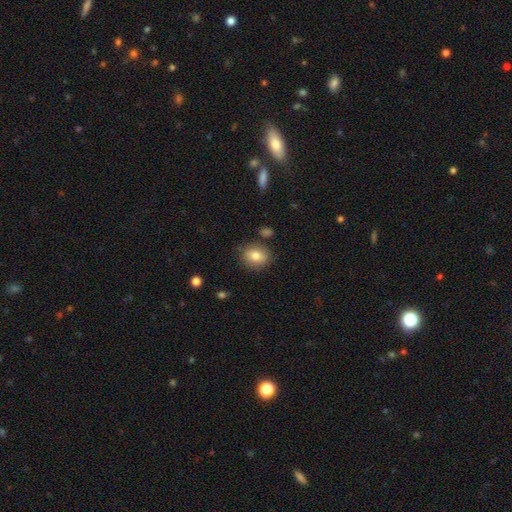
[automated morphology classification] Smooth or featured: smooth — 80% (featured or disk — 11%)
How rounded: round — 56% (in between — 43%)
Merging: none — 80% (minor disturbance — 14%)